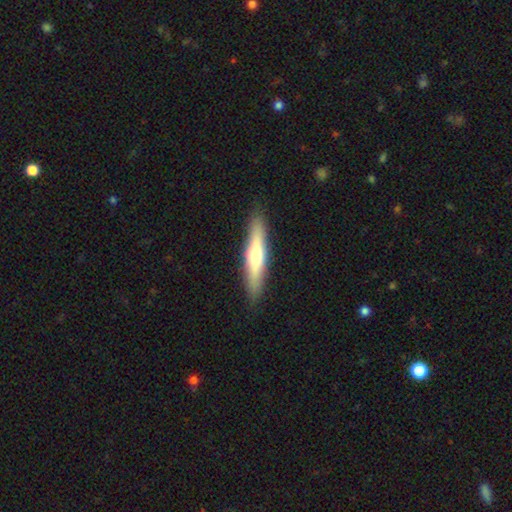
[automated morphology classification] Smooth or featured? Predicted: smooth (p=0.54). How rounded? Predicted: cigar-shaped (p=0.85). Merging? Predicted: none (p=0.89).